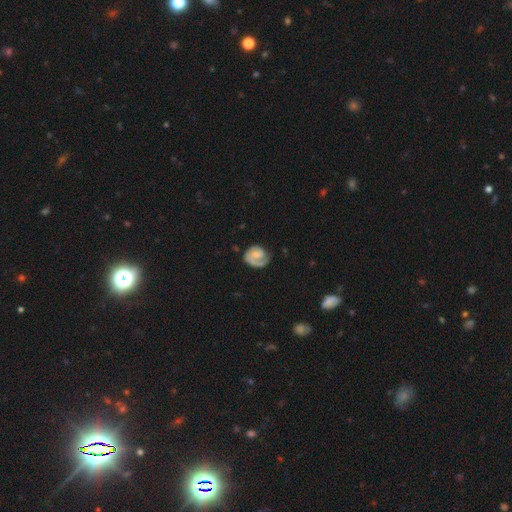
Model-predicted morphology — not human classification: type=featured or disk (68%); edge-on=no (98%); bar=no (62%); spiral arms=yes (88%); winding=tight (53%); arm count=1 (72%); bulge=small (39%); merging=none (57%).